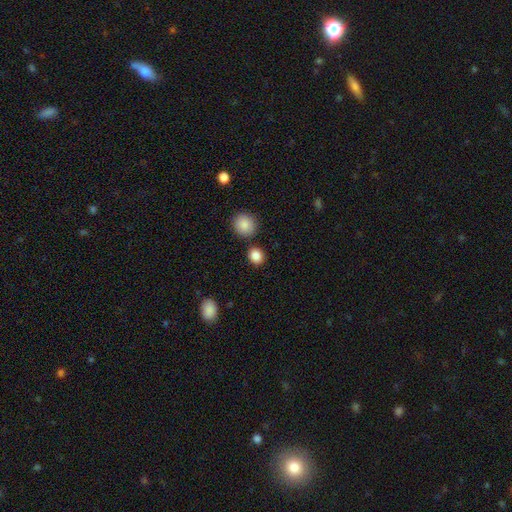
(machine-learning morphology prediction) Overall: smooth (86%). How rounded: round (69%; in between 30%). Merging: none (83%).